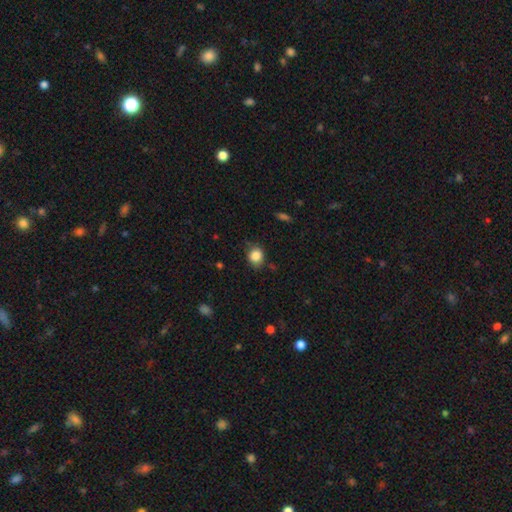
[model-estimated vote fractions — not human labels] The model was most divided on "how rounded": round: 69%, in between: 30%, cigar-shaped: 1%. More confident: smooth or featured — smooth (85%); merging — none (72%).